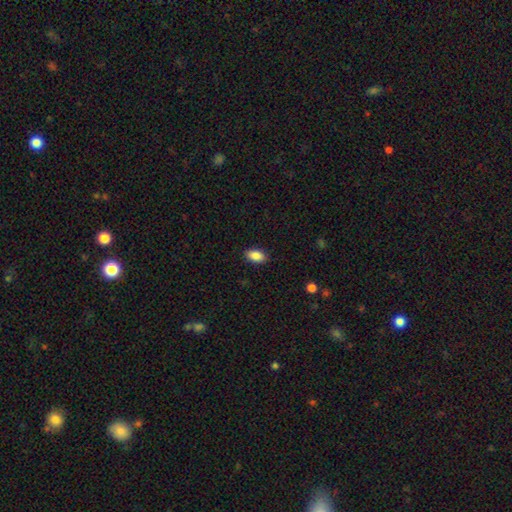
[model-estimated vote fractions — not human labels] Overall: smooth (87%). How rounded: in between (92%). Merging: none (89%).